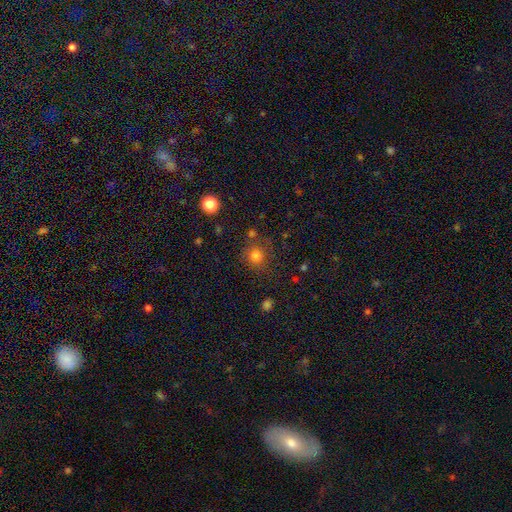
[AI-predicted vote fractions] Overall: smooth (79%). How rounded: round (90%). Merging: none (78%).